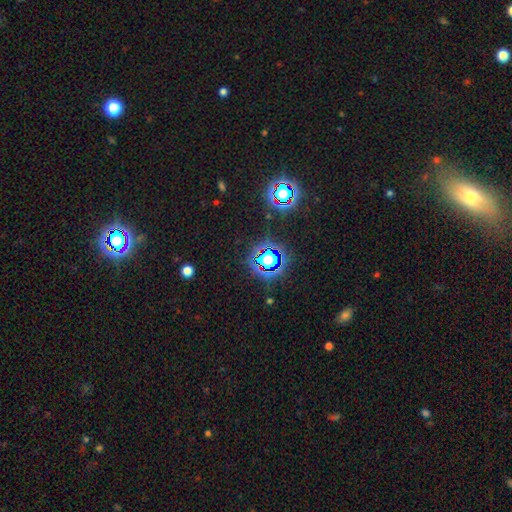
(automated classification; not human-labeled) This is likely a star or artifact rather than a galaxy (79%).